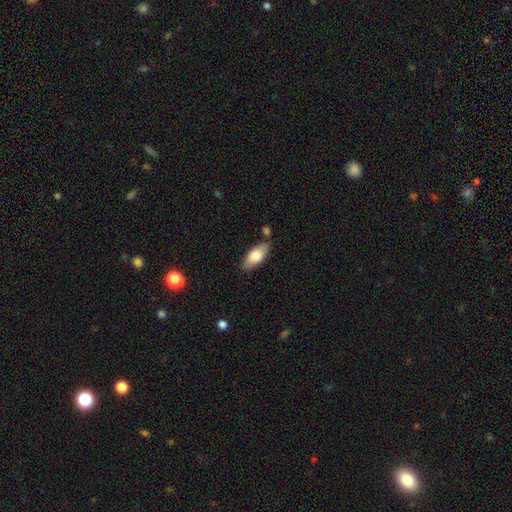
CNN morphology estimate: This is likely a smooth galaxy (75%). How rounded: clearly in between (83%). Merging: likely none (77%).